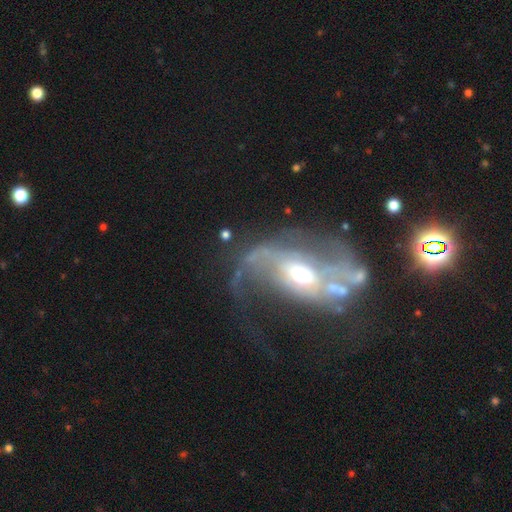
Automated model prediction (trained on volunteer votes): Smooth or featured? Predicted: featured or disk (p=0.81). Edge-on disk? Predicted: no (p=0.95). Bar? Predicted: no (p=0.48). Spiral arms? Predicted: yes (p=0.83). Spiral winding? Predicted: loose (p=0.59). Spiral arm count? Predicted: 2 (p=0.59). Bulge size? Predicted: moderate (p=0.61). Merging? Predicted: major disturbance (p=0.39).